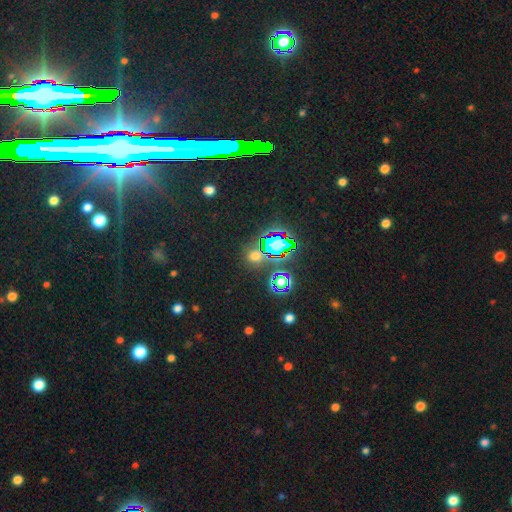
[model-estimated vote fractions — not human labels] smooth_or_featured: star or artifact (p=0.55) [alt: smooth p=0.37]